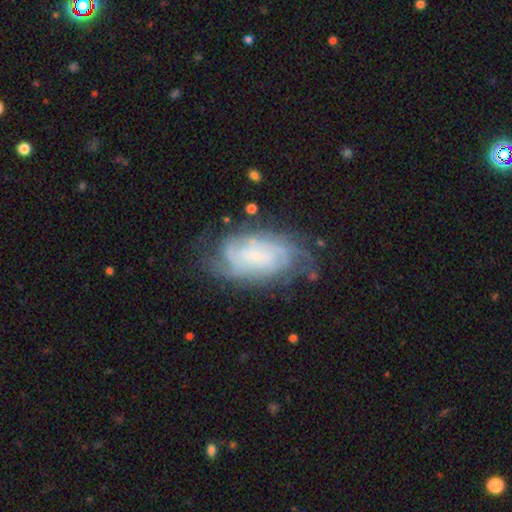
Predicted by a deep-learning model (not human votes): The model was most divided on "spiral arm count": can't tell: 38%, 2: 19%, 3: 16%, 4: 14%, more than 4: 7%, 1: 6%. More confident: edge-on disk — no (96%); spiral arms — yes (95%); smooth or featured — featured or disk (81%); merging — none (68%); bulge size — small (67%); spiral winding — tight (66%); bar — no (64%).